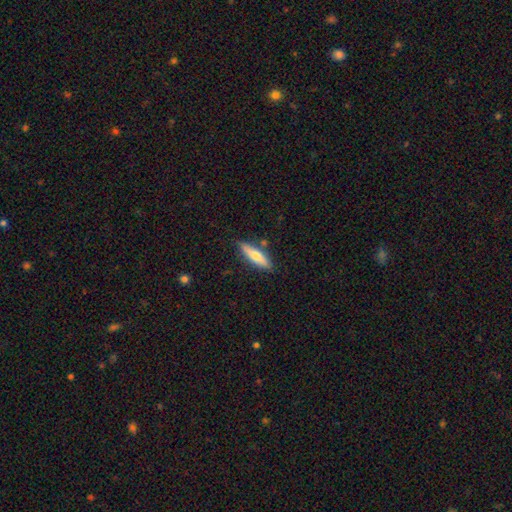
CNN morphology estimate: This is likely a smooth galaxy (61%). How rounded: likely cigar-shaped (68%). Merging: clearly none (80%).